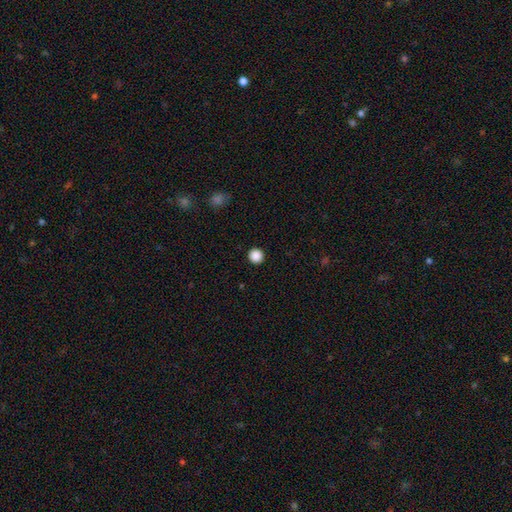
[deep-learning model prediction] Morphology: type=smooth (88%); roundness=round (95%); merging=none (93%).